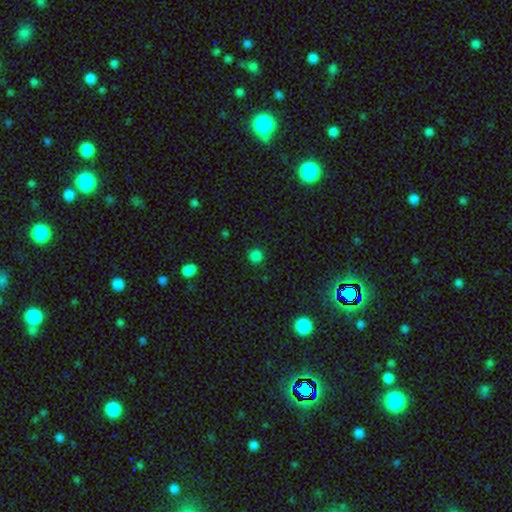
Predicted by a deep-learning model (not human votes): The model was most divided on "smooth or featured": smooth: 81%, star or artifact: 16%, featured or disk: 3%. More confident: how rounded — round (93%); merging — none (88%).